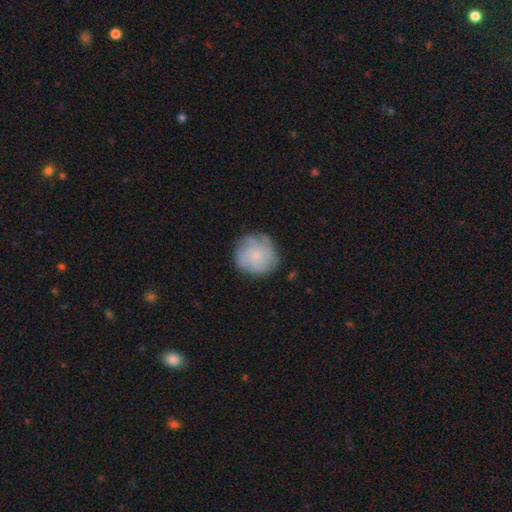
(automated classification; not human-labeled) Smooth or featured? smooth (51%)
How rounded? round (90%)
Merging? none (75%)